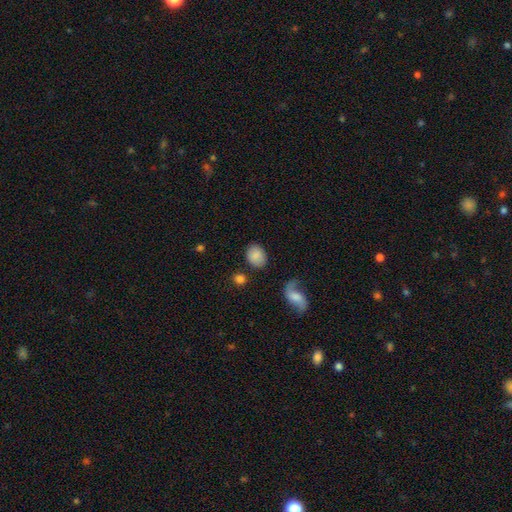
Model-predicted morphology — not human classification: A smooth galaxy with no disk features (82%) that is in between round and cigar-shaped (59%).

Vote fractions:
- Smooth or featured? smooth: 82% / featured or disk: 10% / star or artifact: 8%
- How rounded? in between: 59% / round: 40% / cigar-shaped: 1%
- Merging? none: 78% / minor disturbance: 12% / major disturbance: 5% / merger: 4%